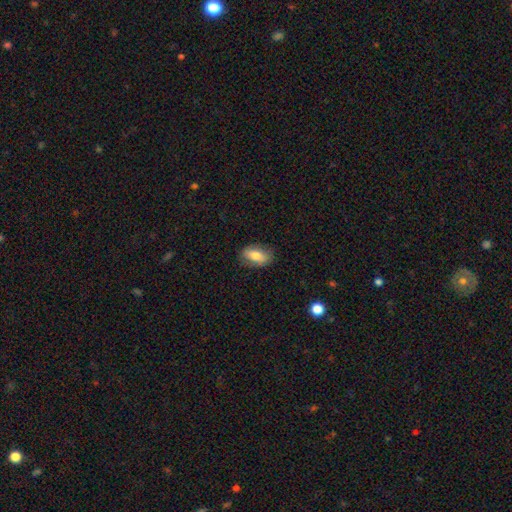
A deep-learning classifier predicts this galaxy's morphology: Q: Smooth or featured?
A: smooth (74%); runner-up: featured or disk (19%)
Q: How rounded?
A: in between (88%); runner-up: round (7%)
Q: Merging?
A: none (81%); runner-up: minor disturbance (14%)